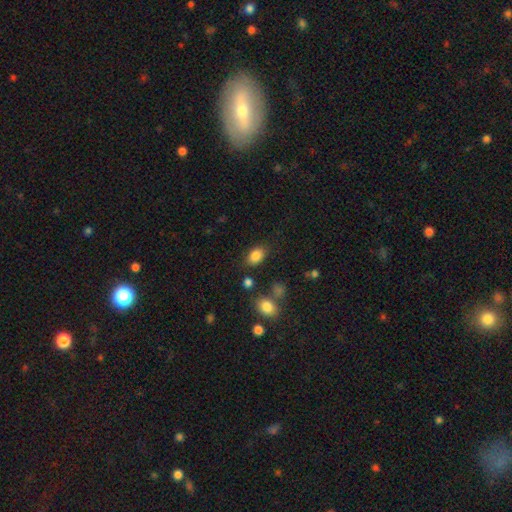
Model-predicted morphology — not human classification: Q: Smooth or featured?
A: smooth (85%); runner-up: star or artifact (9%)
Q: How rounded?
A: in between (85%); runner-up: round (14%)
Q: Merging?
A: none (80%); runner-up: minor disturbance (12%)